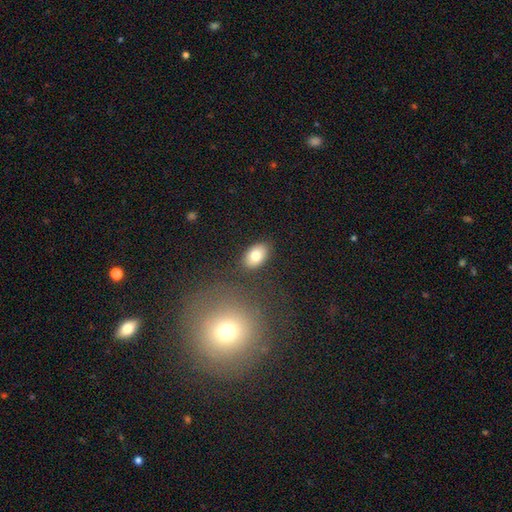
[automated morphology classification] Q: Smooth or featured?
A: smooth (80%); runner-up: featured or disk (12%)
Q: How rounded?
A: in between (89%); runner-up: round (10%)
Q: Merging?
A: none (87%); runner-up: minor disturbance (8%)